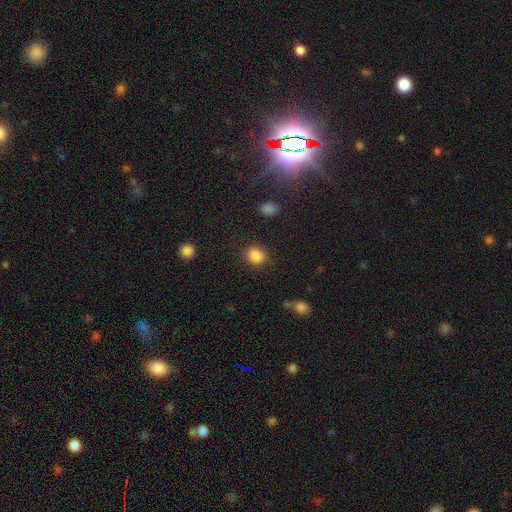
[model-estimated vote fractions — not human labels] smooth_or_featured: smooth (p=0.86) [alt: star or artifact p=0.10]
how_rounded: round (p=0.62) [alt: in between p=0.37]
merging: none (p=0.83) [alt: minor disturbance p=0.11]